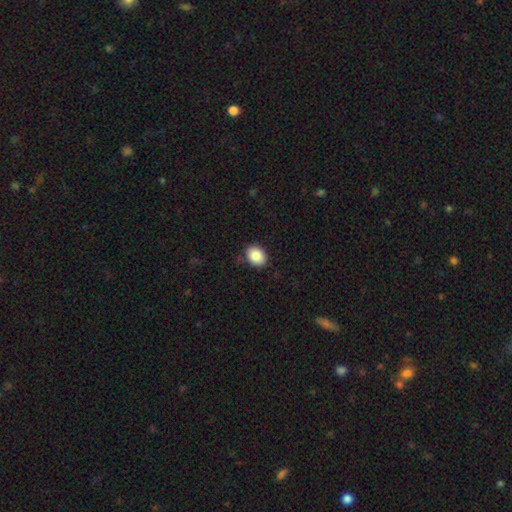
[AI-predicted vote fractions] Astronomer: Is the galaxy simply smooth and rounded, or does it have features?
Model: smooth — 87%.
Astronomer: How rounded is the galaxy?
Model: in between — 59% (runner-up: round, 40%).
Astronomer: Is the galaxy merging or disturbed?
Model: none — 86%.